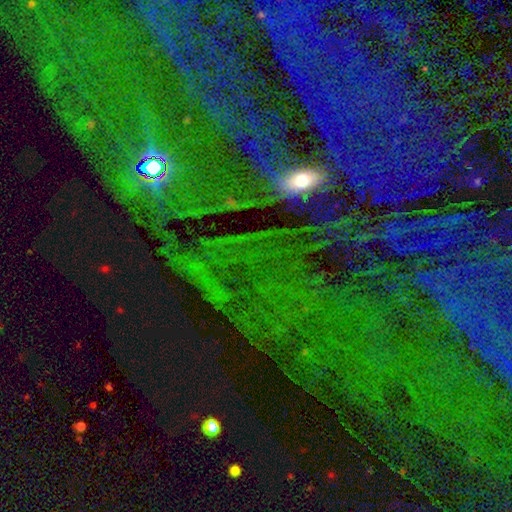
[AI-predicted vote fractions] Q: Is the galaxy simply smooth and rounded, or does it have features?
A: star or artifact — 74%.